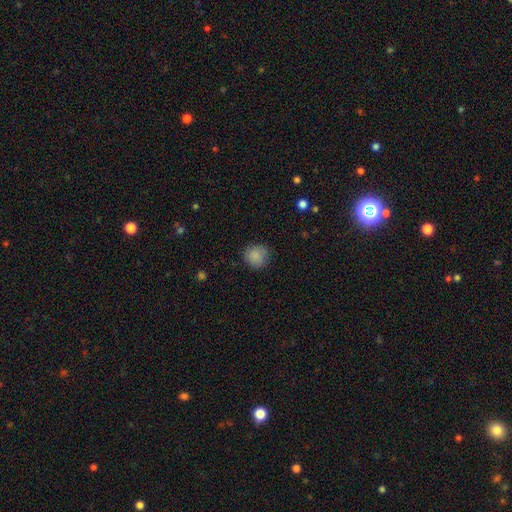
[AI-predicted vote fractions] A smooth galaxy with no disk features (86%) that is round (88%).

Vote fractions:
- Smooth or featured? smooth: 86% / star or artifact: 9% / featured or disk: 5%
- How rounded? round: 88% / in between: 12% / cigar-shaped: 1%
- Merging? none: 81% / minor disturbance: 14% / major disturbance: 4% / merger: 1%